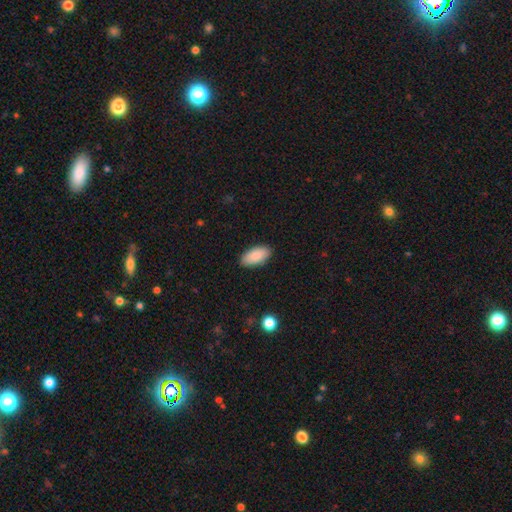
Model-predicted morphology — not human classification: Smooth or featured: smooth — 89% (star or artifact — 6%)
How rounded: in between — 93% (cigar-shaped — 5%)
Merging: none — 89% (minor disturbance — 8%)